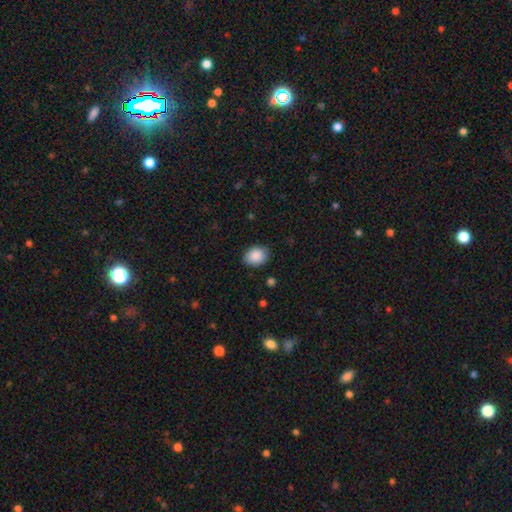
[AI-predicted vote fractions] A smooth galaxy with no disk features (89%) that is in between round and cigar-shaped (63%).

Vote fractions:
- Smooth or featured? smooth: 89% / star or artifact: 7% / featured or disk: 3%
- How rounded? in between: 63% / round: 37% / cigar-shaped: 1%
- Merging? none: 85% / minor disturbance: 11% / major disturbance: 3% / merger: 1%